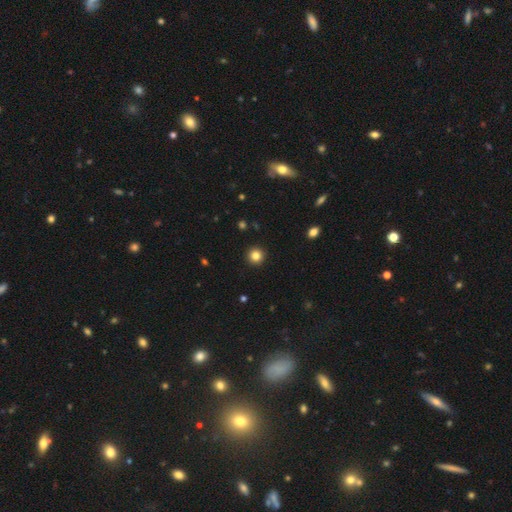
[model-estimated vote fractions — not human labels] The model was most divided on "smooth or featured": smooth: 83%, star or artifact: 12%, featured or disk: 5%. More confident: how rounded — round (95%); merging — none (93%).